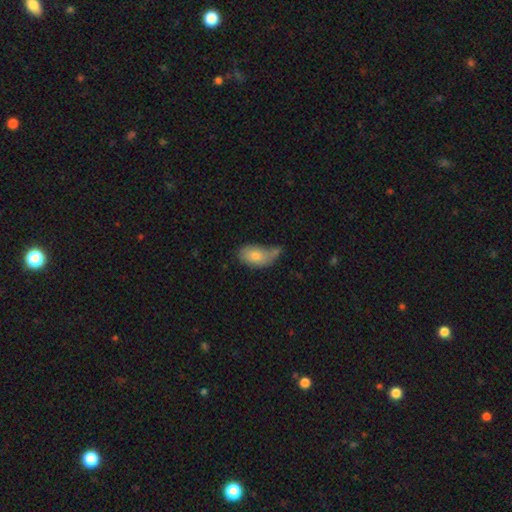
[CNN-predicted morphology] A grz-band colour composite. It shows a smooth galaxy with no disk features (76%) that is in between round and cigar-shaped (90%). Merging: none (35%).